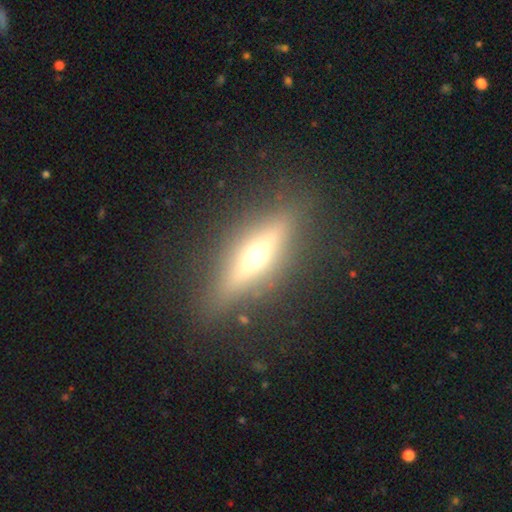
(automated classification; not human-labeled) A featured or disk galaxy (68%) viewed edge-on (93%) with a rounded central bulge (94%).

Vote fractions:
- Smooth or featured? featured or disk: 68% / smooth: 25% / star or artifact: 7%
- Edge-on disk? yes: 93% / no: 7%
- Edge-on bulge? rounded: 94% / none: 4% / boxy: 3%
- Merging? none: 87% / minor disturbance: 9% / major disturbance: 3% / merger: 1%